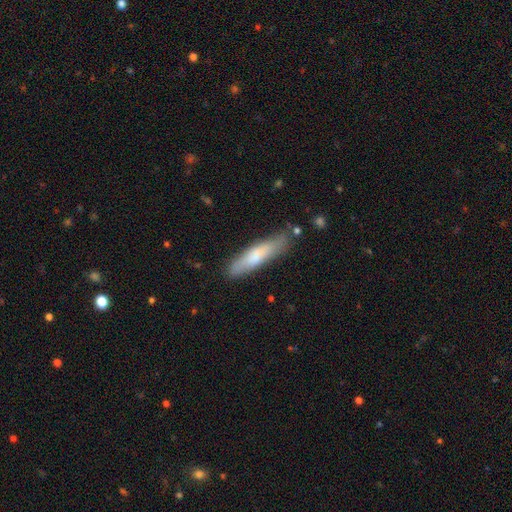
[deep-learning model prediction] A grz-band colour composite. It shows a smooth galaxy with no disk features (71%) that is cigar-shaped (80%). Merging: none (76%).